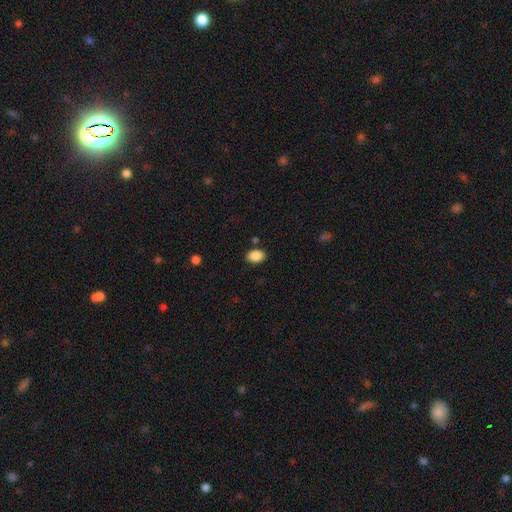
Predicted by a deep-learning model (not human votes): A smooth galaxy with no disk features (88%) that is in between round and cigar-shaped (85%).

Vote fractions:
- Smooth or featured? smooth: 88% / star or artifact: 8% / featured or disk: 4%
- How rounded? in between: 85% / round: 14% / cigar-shaped: 1%
- Merging? none: 84% / minor disturbance: 10% / merger: 3% / major disturbance: 3%